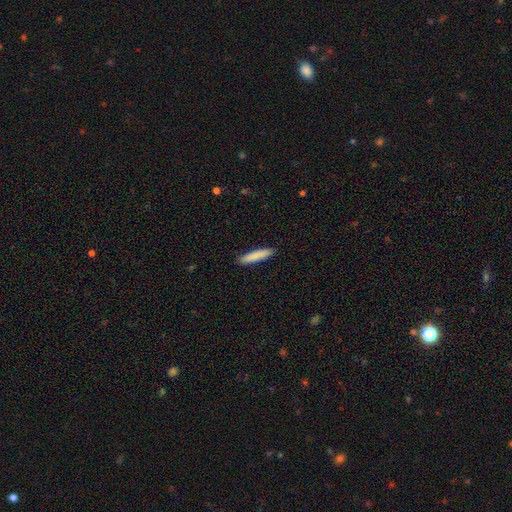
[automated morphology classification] The model was most divided on "smooth or featured": smooth: 85%, featured or disk: 9%, star or artifact: 6%. More confident: merging — none (91%); how rounded — cigar-shaped (89%).